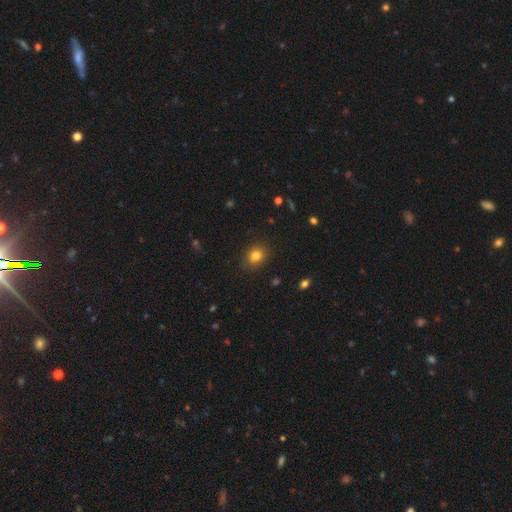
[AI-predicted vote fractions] Smooth or featured? Predicted: smooth (p=0.81). How rounded? Predicted: round (p=0.59). Merging? Predicted: none (p=0.86).